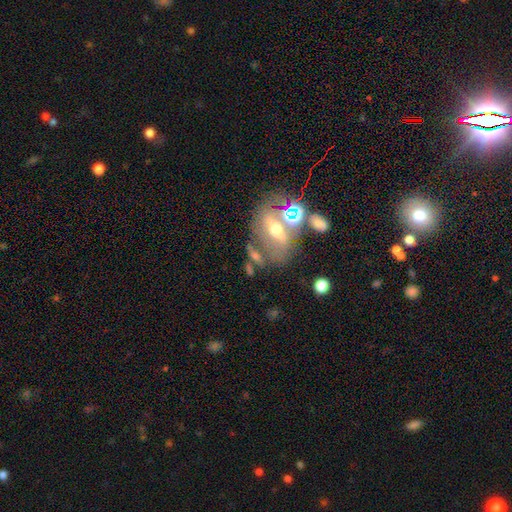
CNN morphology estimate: Smooth or featured?
  - featured or disk: 52% *
  - smooth: 31%
  - star or artifact: 17%
Edge-on disk?
  - no: 86% *
  - yes: 14%
Merging?
  - none: 45% *
  - merger: 27%
  - minor disturbance: 16%
  - major disturbance: 12%